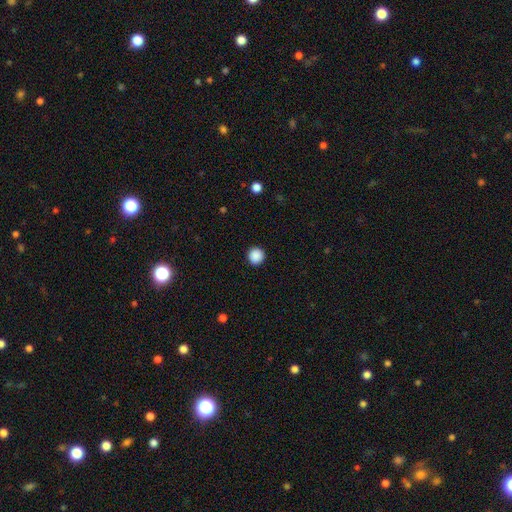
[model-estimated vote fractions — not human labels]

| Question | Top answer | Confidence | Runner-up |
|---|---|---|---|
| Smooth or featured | smooth | 89% | star or artifact (9%) |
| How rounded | round | 95% | in between (4%) |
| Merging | none | 93% | minor disturbance (4%) |